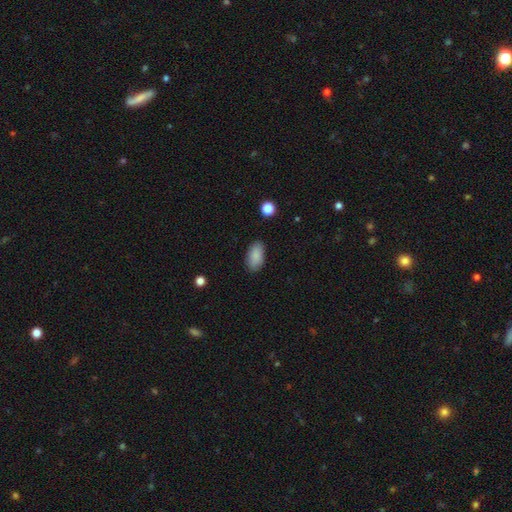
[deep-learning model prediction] Smooth or featured: smooth — 87% (star or artifact — 7%)
How rounded: in between — 93% (round — 4%)
Merging: none — 86% (minor disturbance — 10%)